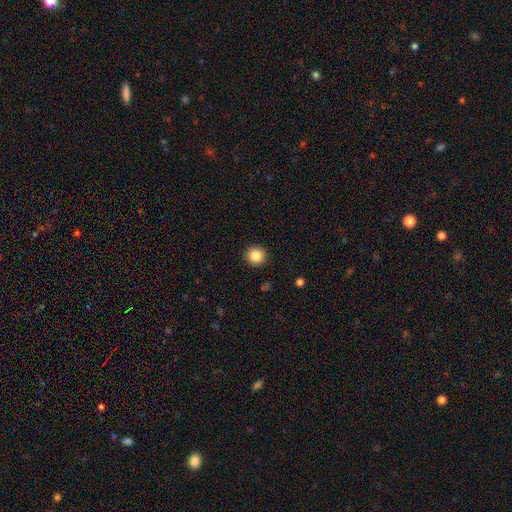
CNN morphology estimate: Smooth or featured? Predicted: smooth (p=0.85). How rounded? Predicted: round (p=0.94). Merging? Predicted: none (p=0.92).